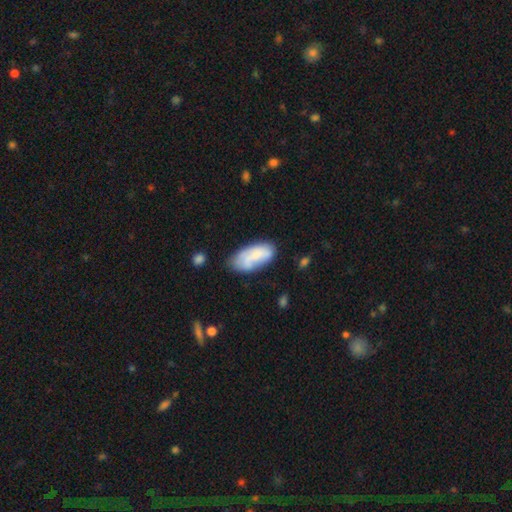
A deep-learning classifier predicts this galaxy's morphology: smooth_or_featured: smooth (p=0.67) [alt: featured or disk p=0.26]
how_rounded: in between (p=0.91) [alt: cigar-shaped p=0.07]
merging: none (p=0.53) [alt: minor disturbance p=0.29]